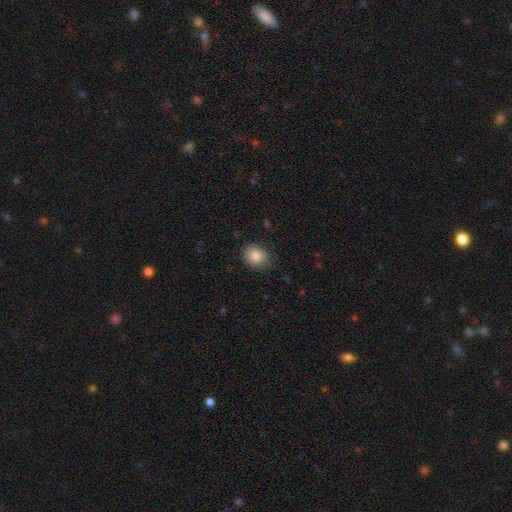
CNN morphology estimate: Smooth or featured: smooth — 87% (star or artifact — 8%)
How rounded: round — 51% (in between — 48%)
Merging: none — 75% (minor disturbance — 20%)